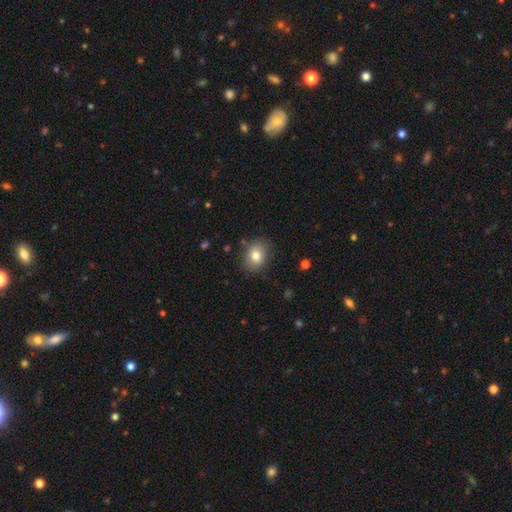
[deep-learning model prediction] Morphology: type=smooth (80%); roundness=in between (53%); merging=none (84%).